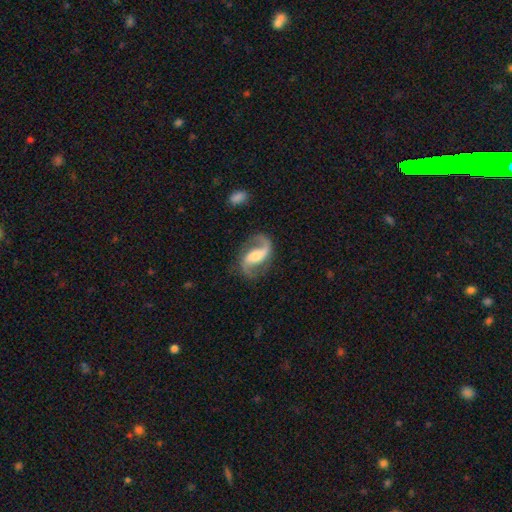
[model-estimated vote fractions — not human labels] The model was most divided on "bar": weak: 39%, strong: 37%, no: 24%. Remaining: edge-on disk — no (97%); spiral arms — yes (97%); spiral arm count — 2 (89%); smooth or featured — featured or disk (89%); merging — none (78%); spiral winding — loose (55%); bulge size — moderate (48%).